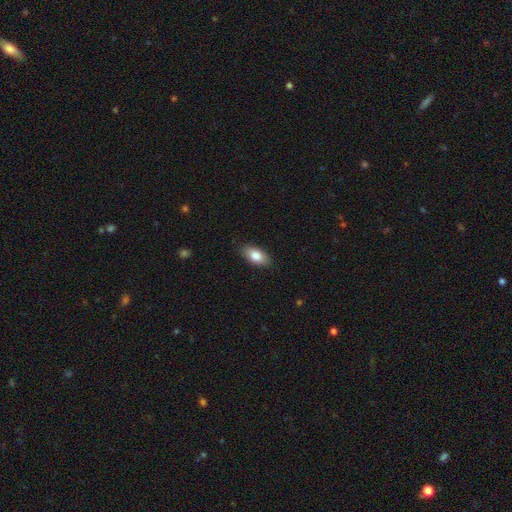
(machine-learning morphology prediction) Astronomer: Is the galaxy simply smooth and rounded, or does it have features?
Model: smooth — 83%.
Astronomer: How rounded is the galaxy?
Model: in between — 91%.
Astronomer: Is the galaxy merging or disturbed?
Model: none — 87%.